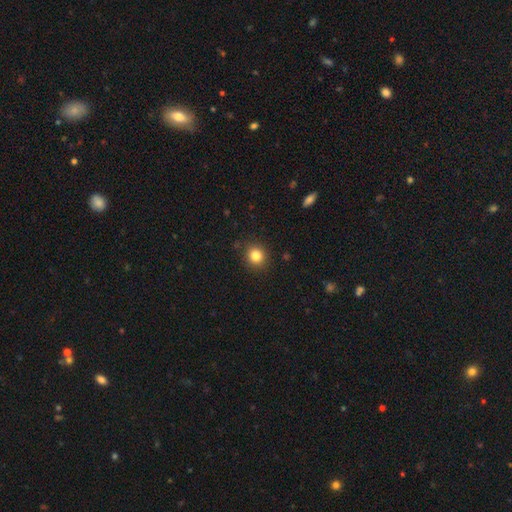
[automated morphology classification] Smooth or featured? smooth (83%)
How rounded? round (87%)
Merging? none (89%)